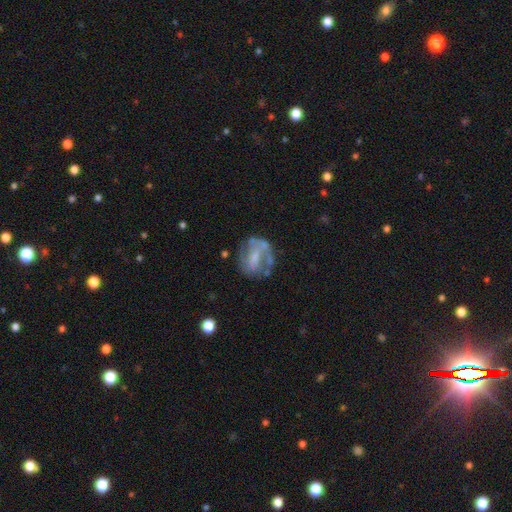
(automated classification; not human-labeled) Overall: featured or disk (66%). Edge-on disk: no (97%). Bar: weak (40%; no 39%). Spiral arms: yes (58%; no 42%). Bulge size: small (34%; moderate 33%). Merging: none (54%; minor disturbance 22%).